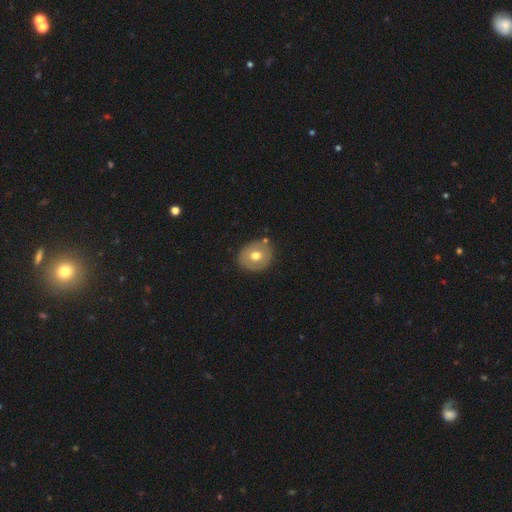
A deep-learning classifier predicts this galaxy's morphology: Smooth or featured? smooth (63%)
How rounded? round (69%)
Merging? none (82%)